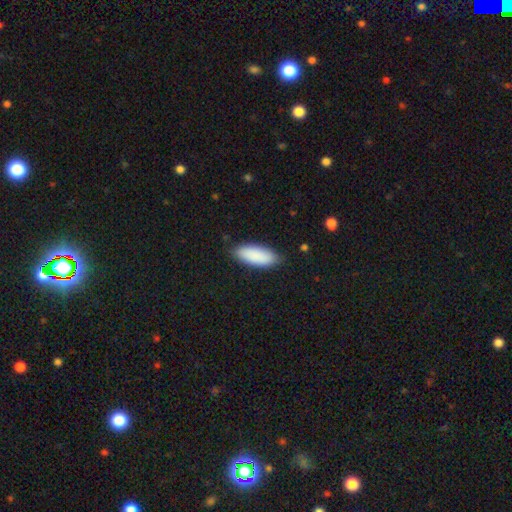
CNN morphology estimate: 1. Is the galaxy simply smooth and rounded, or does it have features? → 89% smooth, 5% star or artifact, 5% featured or disk.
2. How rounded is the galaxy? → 79% in between, 20% cigar-shaped, 2% round.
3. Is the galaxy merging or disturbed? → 85% none, 12% minor disturbance, 2% major disturbance, 1% merger.